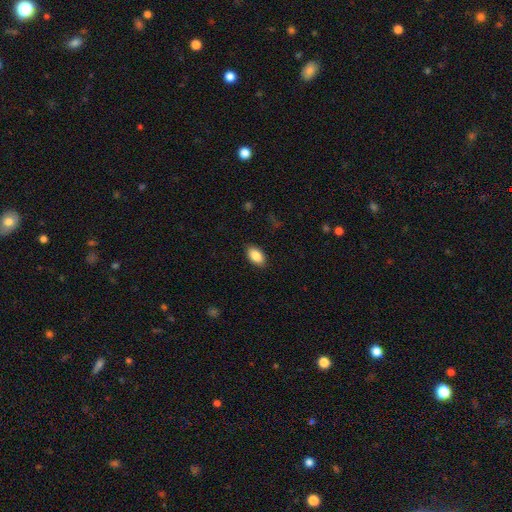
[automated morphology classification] type=smooth (87%); roundness=in between (92%); merging=none (88%).